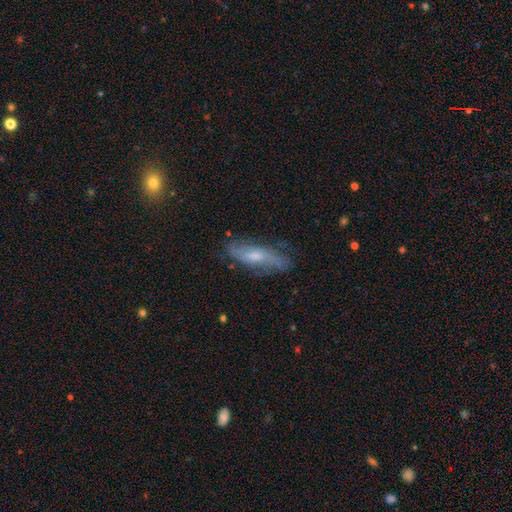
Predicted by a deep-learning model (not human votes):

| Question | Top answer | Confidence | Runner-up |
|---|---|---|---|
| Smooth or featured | featured or disk | 57% | smooth (34%) |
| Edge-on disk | no | 64% | yes (36%) |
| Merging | none | 72% | minor disturbance (20%) |